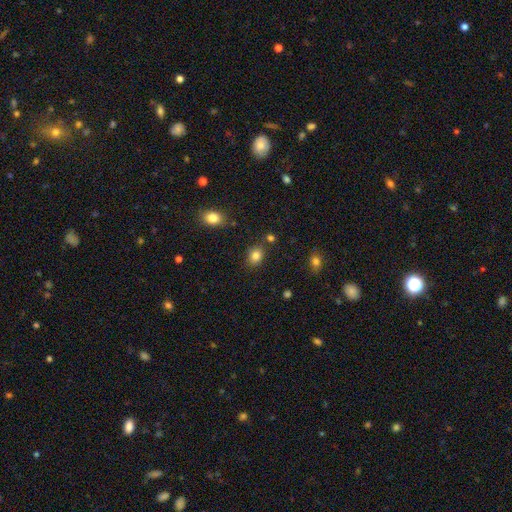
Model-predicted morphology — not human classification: Smooth or featured? Predicted: smooth (p=0.83). How rounded? Predicted: round (p=0.51). Merging? Predicted: none (p=0.80).